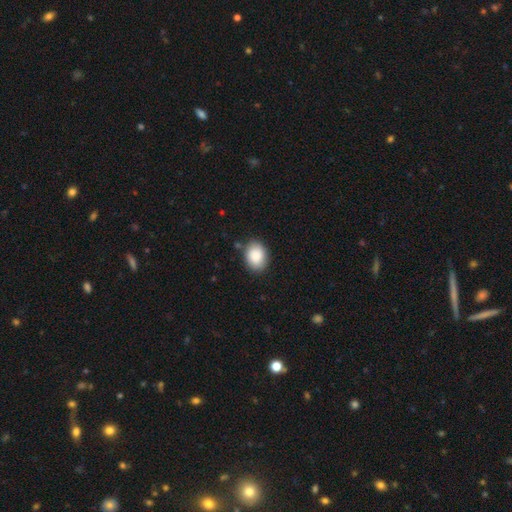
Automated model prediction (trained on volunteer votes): This is clearly a smooth galaxy (88%). How rounded: likely in between (68%). Merging: clearly none (83%).